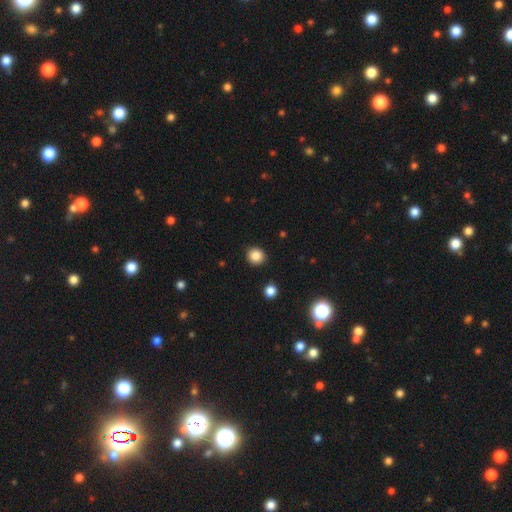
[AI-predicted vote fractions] The model was most divided on "smooth or featured": smooth: 86%, star or artifact: 11%, featured or disk: 4%. More confident: merging — none (90%); how rounded — round (89%).